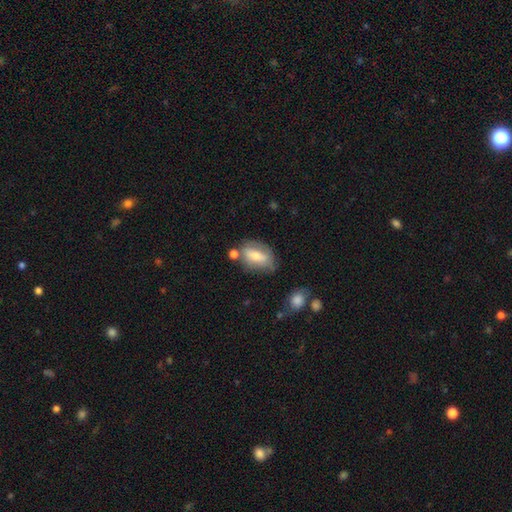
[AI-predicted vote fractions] This appears to be a smooth galaxy with no disk features (60%) that is in between round and cigar-shaped (84%). Merging: none (54%).